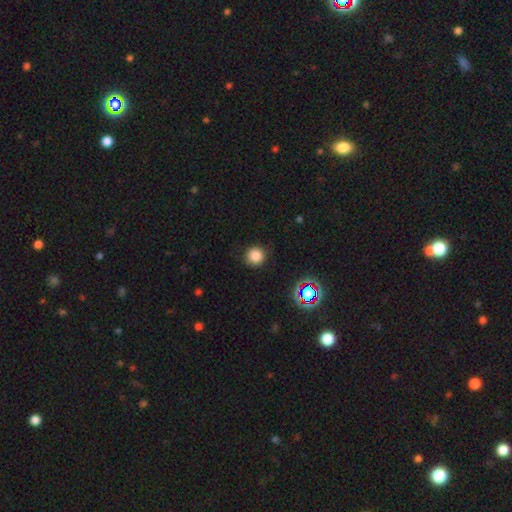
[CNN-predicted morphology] type=smooth (81%); roundness=round (94%); merging=none (88%).